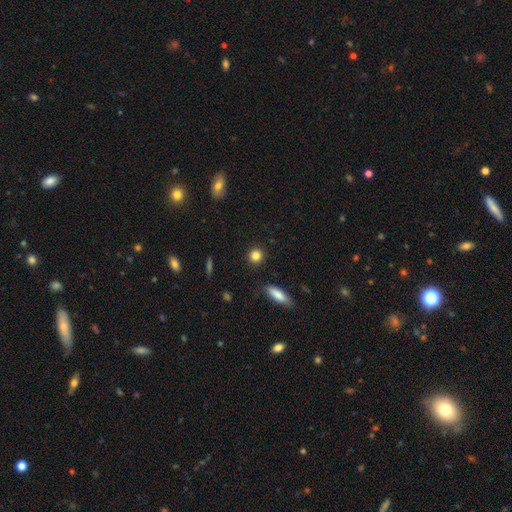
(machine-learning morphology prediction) Smooth or featured: smooth — 85% (star or artifact — 10%)
How rounded: round — 88% (in between — 10%)
Merging: none — 91% (minor disturbance — 6%)